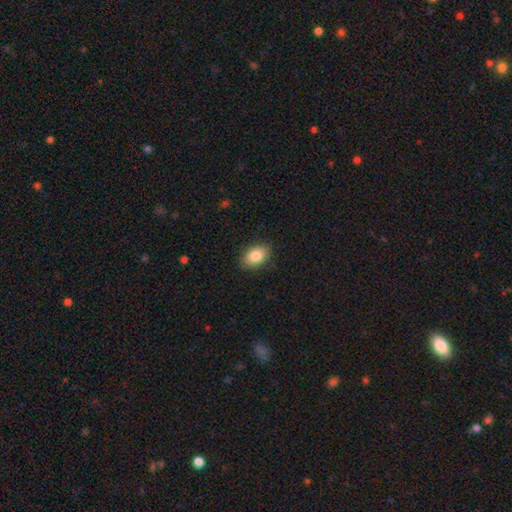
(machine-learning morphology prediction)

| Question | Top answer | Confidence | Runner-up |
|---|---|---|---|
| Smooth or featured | smooth | 84% | featured or disk (8%) |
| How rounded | in between | 87% | round (12%) |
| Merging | none | 87% | minor disturbance (10%) |